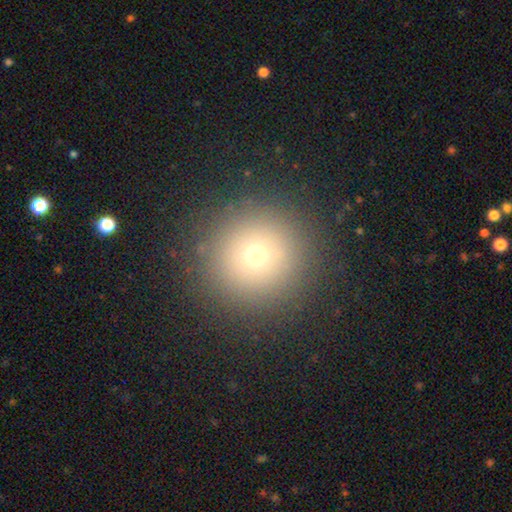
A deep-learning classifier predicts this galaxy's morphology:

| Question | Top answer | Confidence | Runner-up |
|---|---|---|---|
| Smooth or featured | smooth | 68% | star or artifact (21%) |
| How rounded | round | 96% | in between (3%) |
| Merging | none | 90% | minor disturbance (5%) |